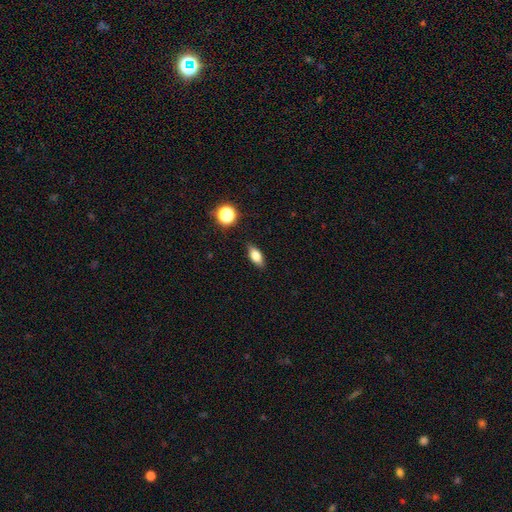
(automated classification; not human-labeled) The model was most divided on "smooth or featured": smooth: 75%, featured or disk: 15%, star or artifact: 10%. More confident: merging — none (86%); how rounded — in between (79%).